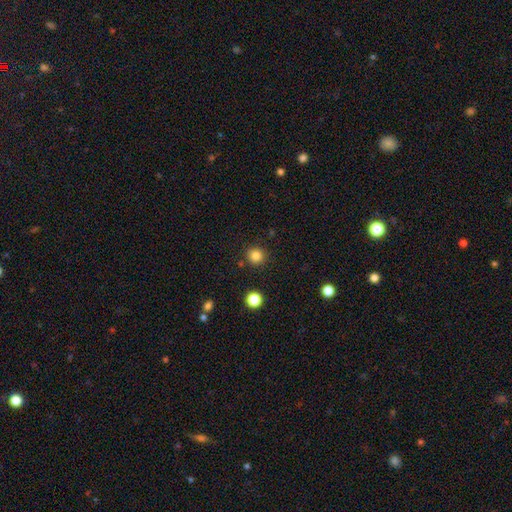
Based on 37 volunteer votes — Smooth or featured: smooth — 89% (featured or disk — 5%)
How rounded: round — 94% (in between — 6%)
Merging: none — 94% (major disturbance — 3%)